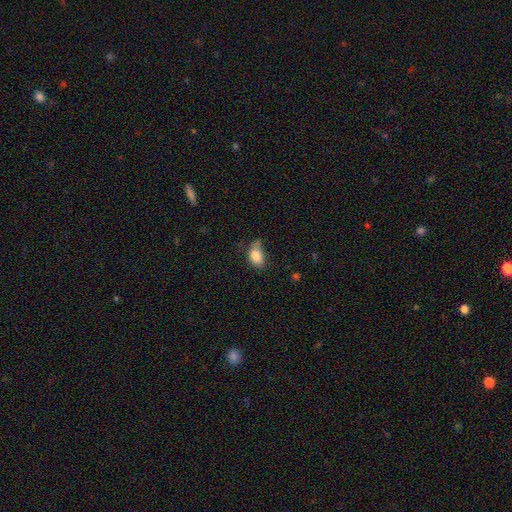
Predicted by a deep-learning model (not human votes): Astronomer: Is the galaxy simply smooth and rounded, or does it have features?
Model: smooth — 83%.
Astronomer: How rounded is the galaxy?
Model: in between — 84%.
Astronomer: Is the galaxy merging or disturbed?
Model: none — 45% (runner-up: minor disturbance, 38%).